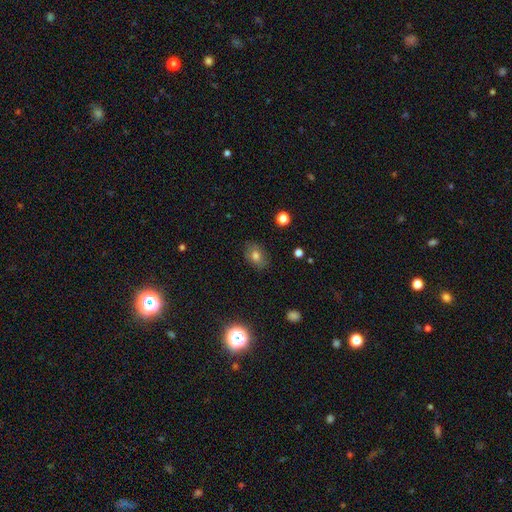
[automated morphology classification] This is likely a smooth galaxy (71%). How rounded: likely in between (75%). Merging: clearly none (82%).